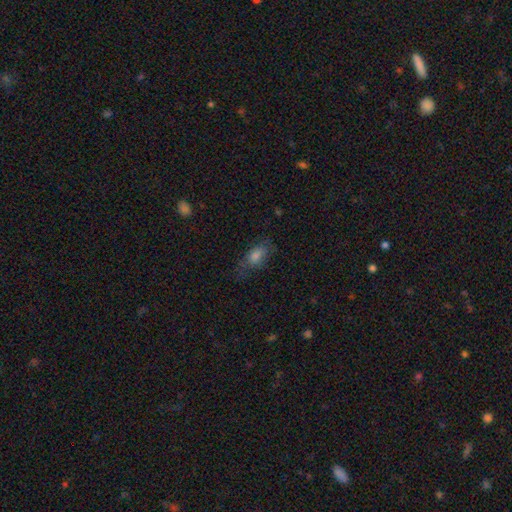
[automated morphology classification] This appears to be a smooth galaxy with no disk features (68%) that is in between round and cigar-shaped (79%). Merging: none (64%).